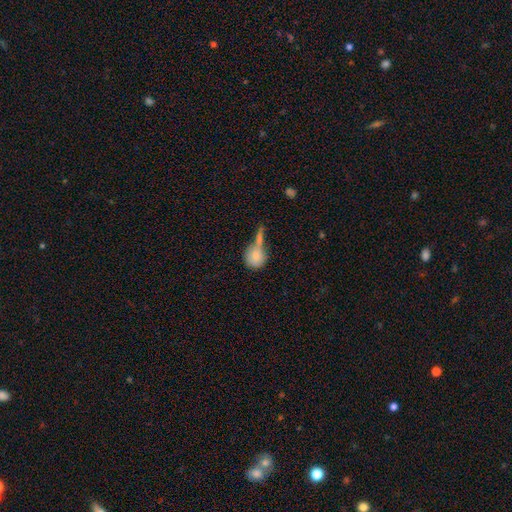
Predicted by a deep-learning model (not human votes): Overall: smooth (78%). How rounded: round (76%). Merging: merger (39%; none 34%).